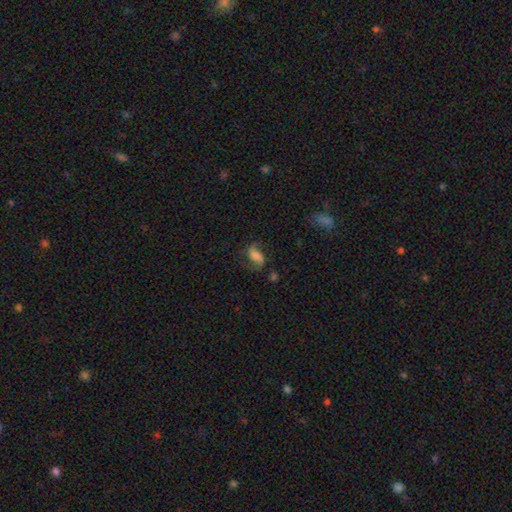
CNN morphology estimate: smooth-or-featured: featured or disk: 62% | smooth: 27% | star or artifact: 10%
  disk-edge-on: no: 97% | yes: 3%
    bar: weak: 37% | no: 36% | strong: 27%
    has-spiral-arms: yes: 92% | no: 8%
      spiral-winding: loose: 57% | medium: 35% | tight: 8%
      spiral-arm-count: 2: 88% | 1: 5% | can't tell: 3% | 3: 1% | 4: 1% | more than 4: 1%
    bulge-size: none: 37% | large: 25% | moderate: 16% | small: 15% | dominant: 8%
  merging: none: 60% | minor disturbance: 19% | major disturbance: 18% | merger: 3%